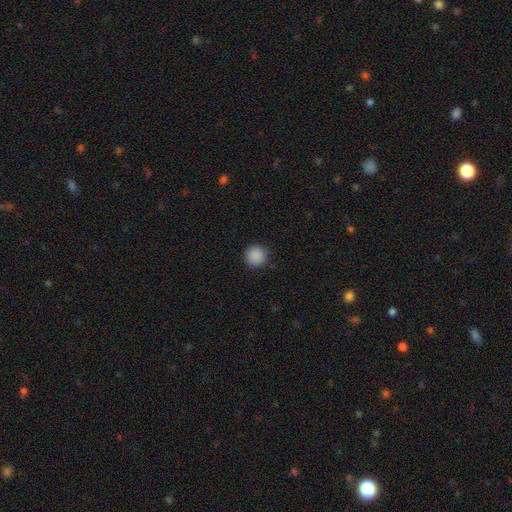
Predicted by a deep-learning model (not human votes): Smooth or featured?
  - smooth: 88% *
  - star or artifact: 9%
  - featured or disk: 3%
How rounded?
  - round: 95% *
  - in between: 4%
  - cigar-shaped: 1%
Merging?
  - none: 88% *
  - minor disturbance: 8%
  - major disturbance: 2%
  - merger: 1%